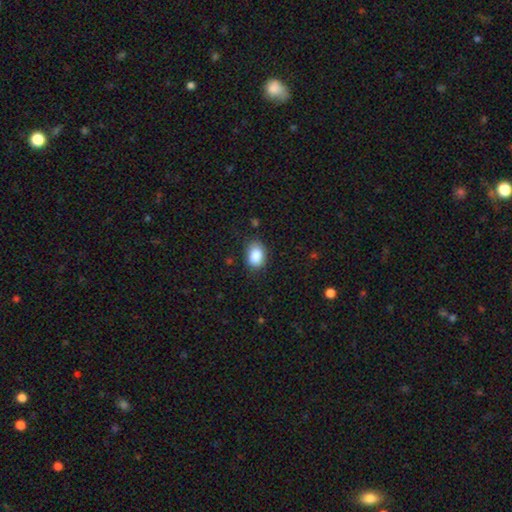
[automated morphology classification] This appears to be a smooth galaxy with no disk features (87%) that is in between round and cigar-shaped (80%). Merging: none (77%).